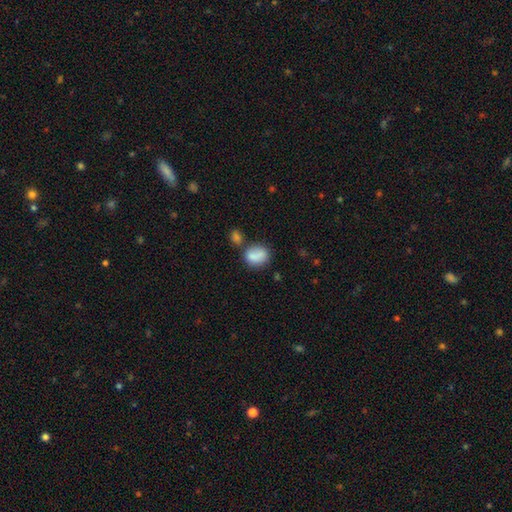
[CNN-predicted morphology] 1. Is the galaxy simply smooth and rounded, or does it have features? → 81% smooth, 10% featured or disk, 9% star or artifact.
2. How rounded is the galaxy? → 50% in between, 48% round, 2% cigar-shaped.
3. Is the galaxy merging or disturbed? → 47% none, 28% merger, 18% minor disturbance, 7% major disturbance.